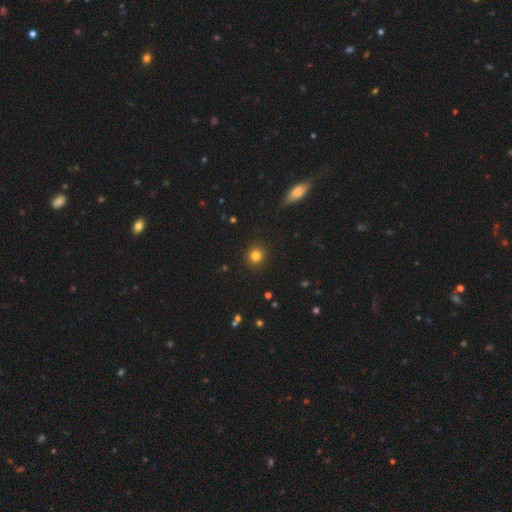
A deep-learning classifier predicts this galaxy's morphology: Smooth or featured? Predicted: smooth (p=0.82). How rounded? Predicted: round (p=0.91). Merging? Predicted: none (p=0.91).